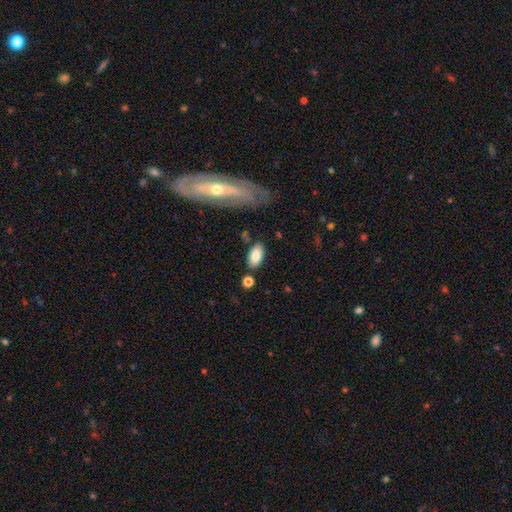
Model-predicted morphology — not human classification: smooth-or-featured: smooth: 83% | featured or disk: 10% | star or artifact: 7%
  how-rounded: in between: 93% | round: 4% | cigar-shaped: 3%
  merging: none: 80% | minor disturbance: 12% | merger: 5% | major disturbance: 3%